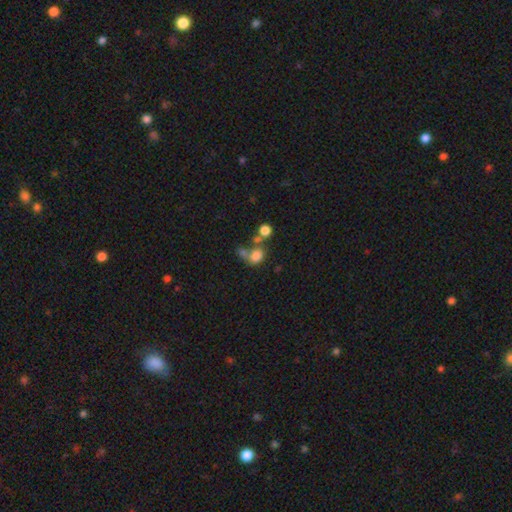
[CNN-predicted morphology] Smooth or featured?
  - smooth: 75% *
  - star or artifact: 13%
  - featured or disk: 12%
How rounded?
  - round: 50% *
  - in between: 49%
  - cigar-shaped: 1%
Merging?
  - merger: 41% *
  - none: 36%
  - minor disturbance: 13%
  - major disturbance: 11%